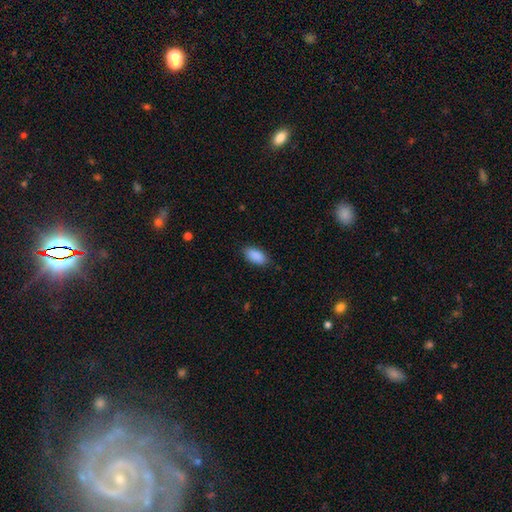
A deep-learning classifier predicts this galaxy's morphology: Overall: smooth (90%). How rounded: in between (93%). Merging: none (85%).